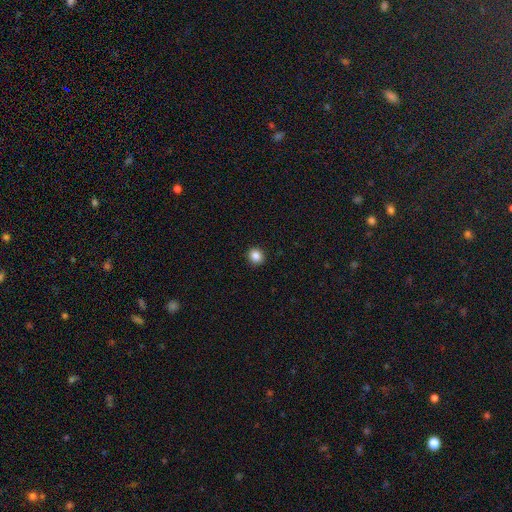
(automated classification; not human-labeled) Smooth or featured?
  - smooth: 85% *
  - star or artifact: 10%
  - featured or disk: 4%
How rounded?
  - round: 87% *
  - in between: 12%
  - cigar-shaped: 1%
Merging?
  - none: 93% *
  - minor disturbance: 5%
  - major disturbance: 2%
  - merger: 1%